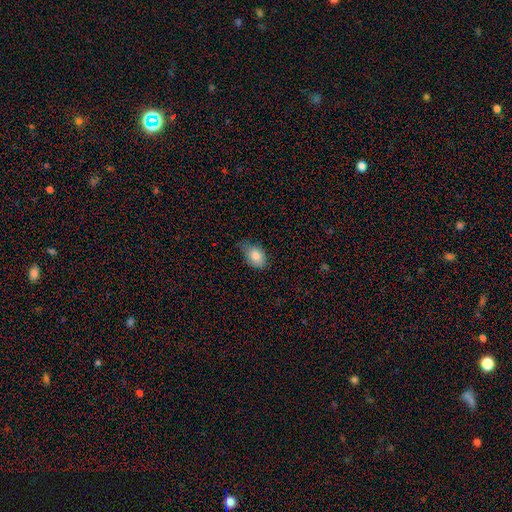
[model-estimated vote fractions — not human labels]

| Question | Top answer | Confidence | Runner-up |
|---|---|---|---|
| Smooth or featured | smooth | 84% | star or artifact (8%) |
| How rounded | in between | 83% | round (15%) |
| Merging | none | 53% | minor disturbance (38%) |